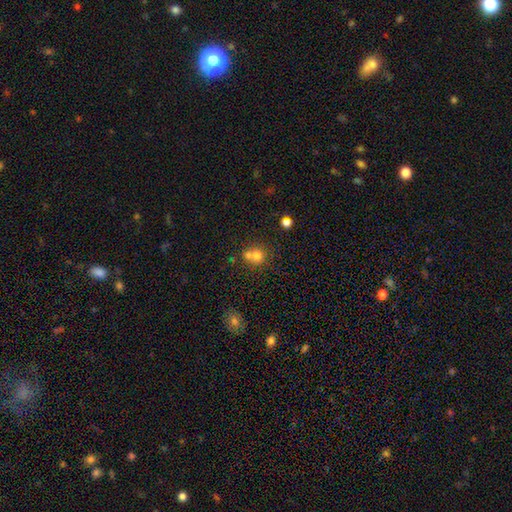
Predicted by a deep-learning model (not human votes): This appears to be a smooth galaxy with no disk features (72%) that is round (84%). Merging: merger (49%).